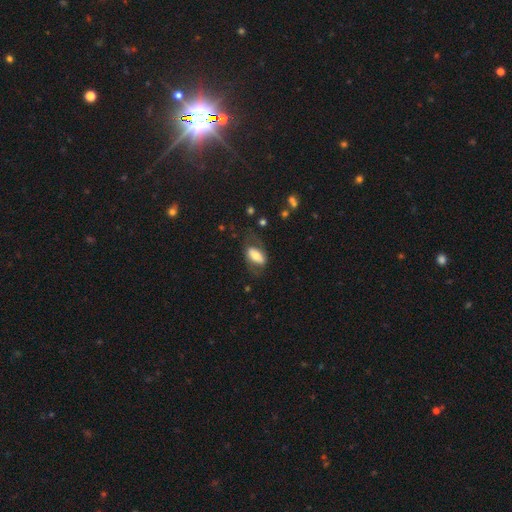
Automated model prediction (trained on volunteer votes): smooth 57%, featured or disk 36%, star or artifact 7%. Down the decision tree: how rounded — in between (88%); merging — none (58%).